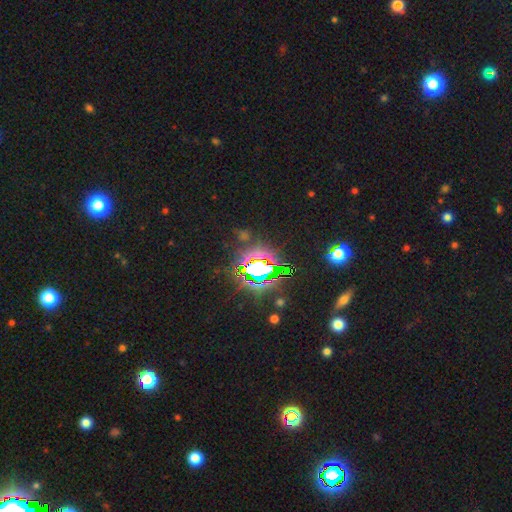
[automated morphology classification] Smooth or featured?
  - star or artifact: 83% *
  - smooth: 10%
  - featured or disk: 7%